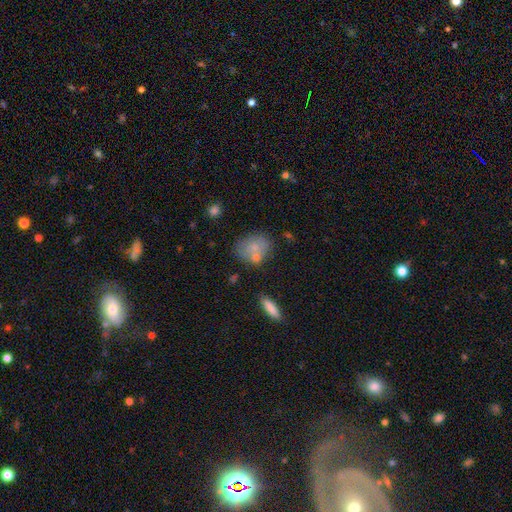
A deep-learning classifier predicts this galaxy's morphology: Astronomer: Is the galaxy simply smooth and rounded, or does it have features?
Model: smooth — 68%.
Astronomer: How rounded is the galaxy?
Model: in between — 56% (runner-up: round, 42%).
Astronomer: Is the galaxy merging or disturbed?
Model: none — 59%.